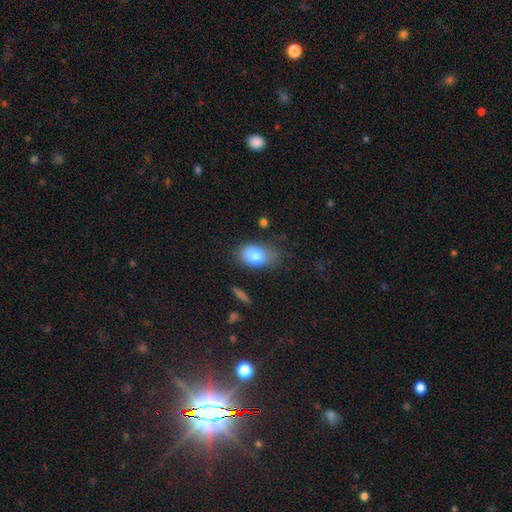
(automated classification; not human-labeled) Q: Smooth or featured?
A: smooth (81%); runner-up: featured or disk (11%)
Q: How rounded?
A: in between (88%); runner-up: round (10%)
Q: Merging?
A: none (55%); runner-up: minor disturbance (30%)